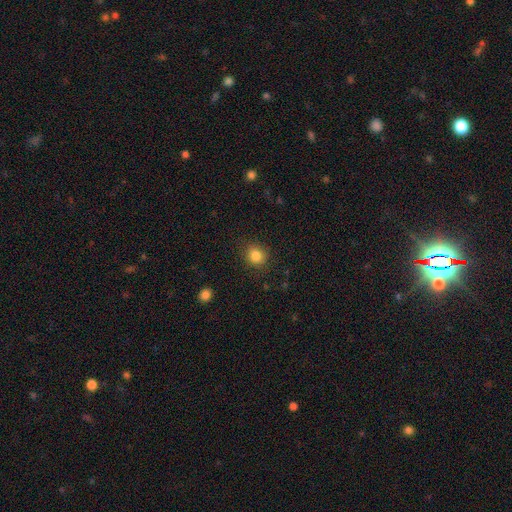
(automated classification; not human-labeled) The model was most divided on "how rounded": round: 78%, in between: 21%, cigar-shaped: 1%. More confident: merging — none (87%); smooth or featured — smooth (84%).